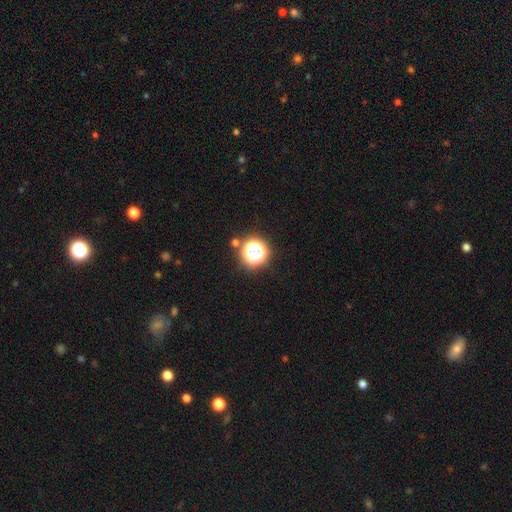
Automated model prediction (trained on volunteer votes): A smooth galaxy with no disk features (49%). Merging: none (73%).